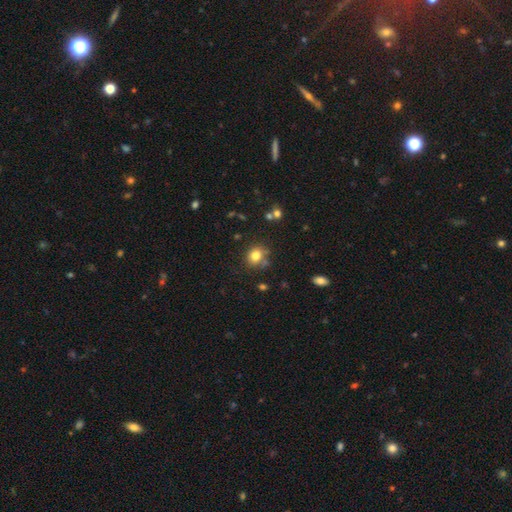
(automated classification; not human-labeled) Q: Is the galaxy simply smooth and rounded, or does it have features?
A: smooth — 80%.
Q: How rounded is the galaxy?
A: round — 72%.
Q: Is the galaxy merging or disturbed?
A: none — 72%.